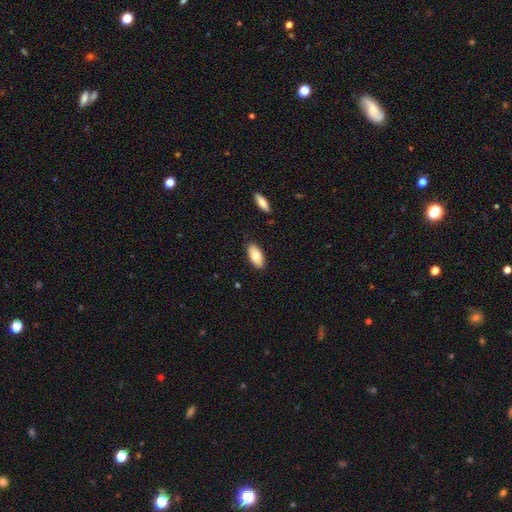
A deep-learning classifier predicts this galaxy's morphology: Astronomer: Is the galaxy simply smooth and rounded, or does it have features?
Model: smooth — 77%.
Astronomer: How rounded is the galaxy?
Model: in between — 91%.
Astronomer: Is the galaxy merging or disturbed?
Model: none — 87%.